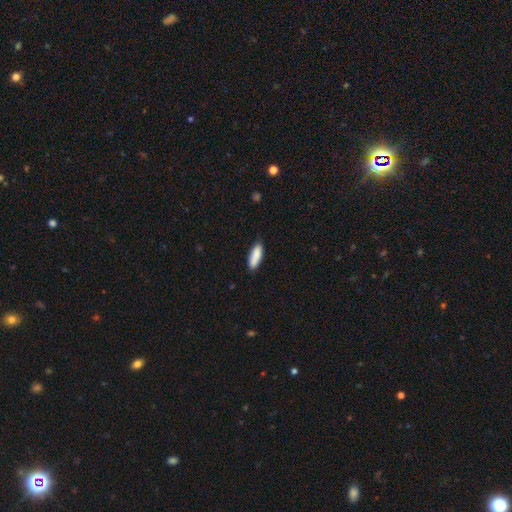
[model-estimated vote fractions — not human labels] Smooth or featured: smooth — 88% (star or artifact — 6%)
How rounded: in between — 55% (cigar-shaped — 44%)
Merging: none — 83% (minor disturbance — 13%)